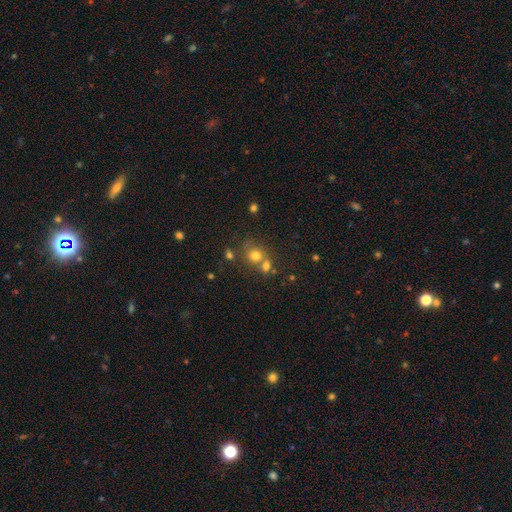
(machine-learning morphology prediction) type=smooth (72%); roundness=round (78%); merging=none (45%).